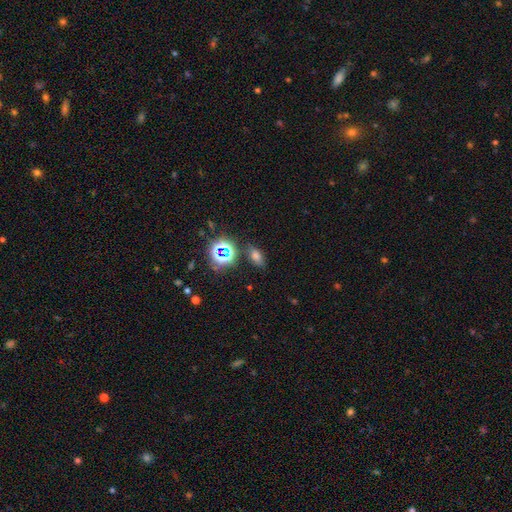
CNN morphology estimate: This is possibly a smooth galaxy (53%). How rounded: likely in between (76%). Merging: clearly none (80%).